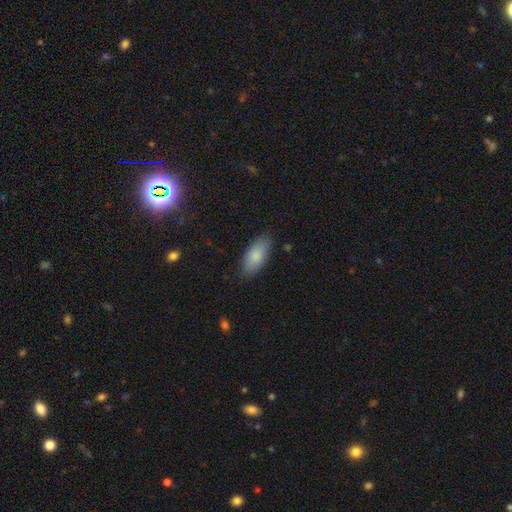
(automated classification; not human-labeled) A smooth galaxy with no disk features (85%) that is in between round and cigar-shaped (88%). Merging: none (83%).